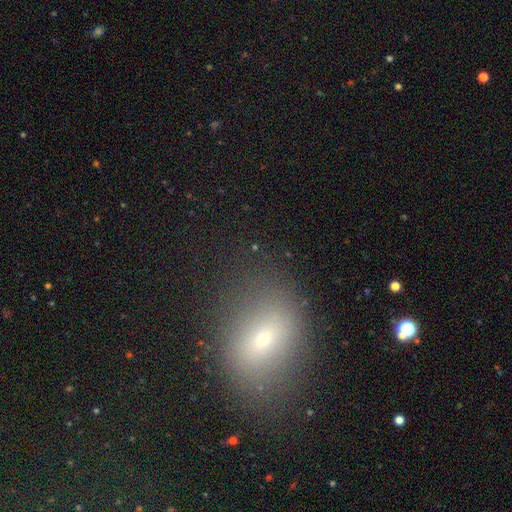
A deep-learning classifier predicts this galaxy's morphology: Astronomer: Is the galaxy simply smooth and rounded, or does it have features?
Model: smooth — 54%.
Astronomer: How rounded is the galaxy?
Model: in between — 69%.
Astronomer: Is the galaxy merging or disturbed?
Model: none — 78%.